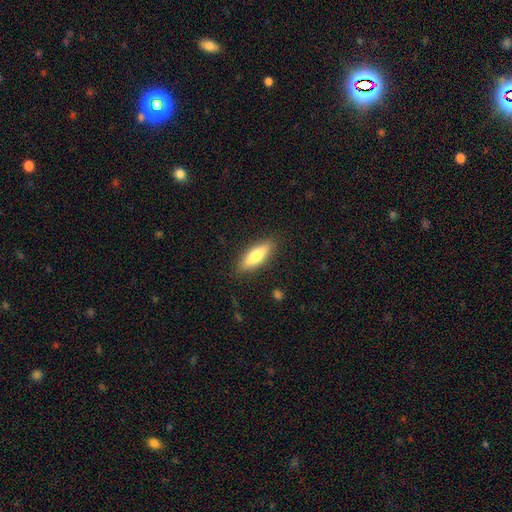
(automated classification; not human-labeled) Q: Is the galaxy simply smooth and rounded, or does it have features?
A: smooth — 67%.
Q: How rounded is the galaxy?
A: cigar-shaped — 51%.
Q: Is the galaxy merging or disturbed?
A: none — 88%.